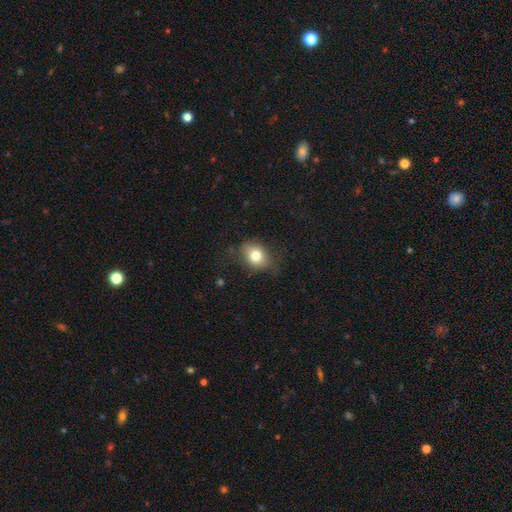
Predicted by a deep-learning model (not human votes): The model was most divided on "how rounded": round: 50%, in between: 49%, cigar-shaped: 1%. More confident: smooth or featured — smooth (76%); merging — none (70%).